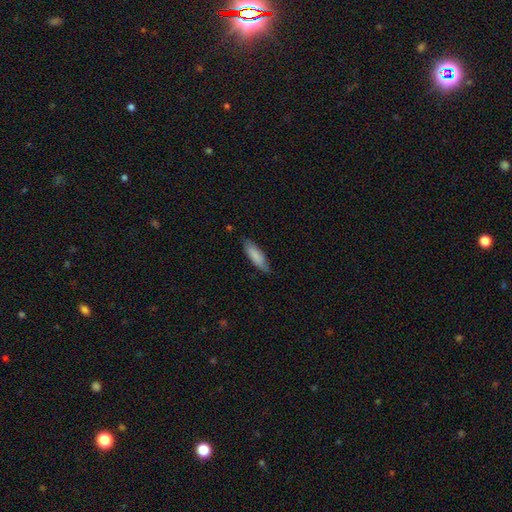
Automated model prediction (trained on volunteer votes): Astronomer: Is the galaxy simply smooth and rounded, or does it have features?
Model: smooth — 84%.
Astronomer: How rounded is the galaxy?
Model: in between — 51% (runner-up: cigar-shaped, 47%).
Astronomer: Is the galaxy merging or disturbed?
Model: none — 78%.